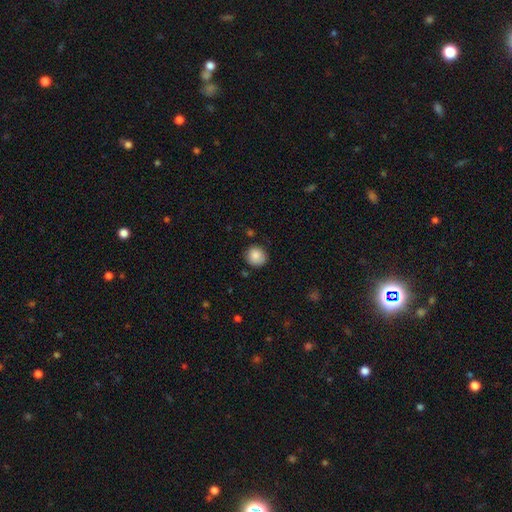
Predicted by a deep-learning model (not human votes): Smooth or featured: smooth — 87% (star or artifact — 8%)
How rounded: round — 87% (in between — 12%)
Merging: none — 82% (minor disturbance — 14%)